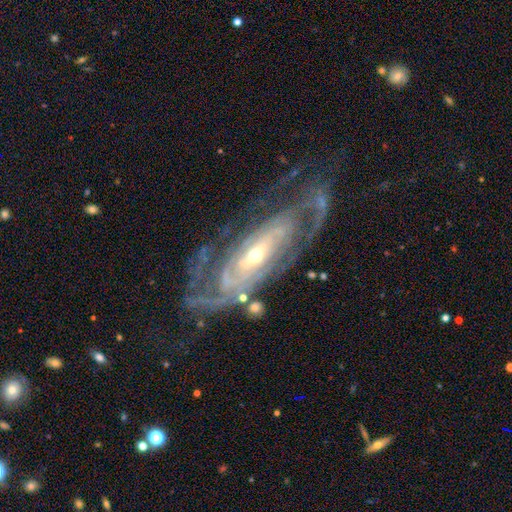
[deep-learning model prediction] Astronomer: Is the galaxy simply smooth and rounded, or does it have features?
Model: featured or disk — 90%.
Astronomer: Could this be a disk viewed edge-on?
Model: no — 90%.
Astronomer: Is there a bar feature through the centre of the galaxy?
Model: no — 57%.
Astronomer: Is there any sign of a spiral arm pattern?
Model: yes — 95%.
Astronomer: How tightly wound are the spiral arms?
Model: tight — 64%.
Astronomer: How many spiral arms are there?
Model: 2 — 29%, tied with can't tell at 29%.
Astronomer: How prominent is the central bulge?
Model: small — 50% (runner-up: moderate, 45%).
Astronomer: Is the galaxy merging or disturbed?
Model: none — 65%.